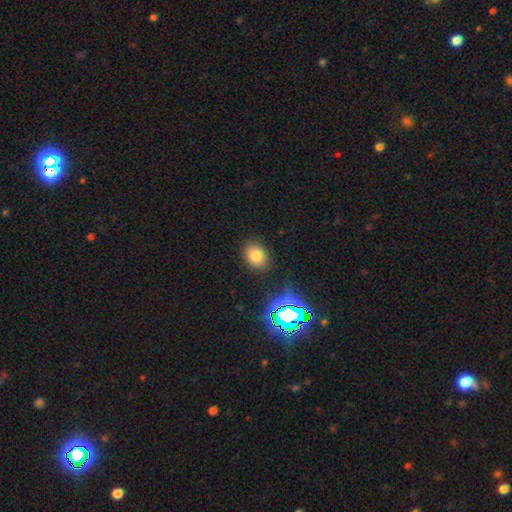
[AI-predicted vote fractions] This appears to be a smooth galaxy with no disk features (76%) that is in between round and cigar-shaped (51%). Merging: none (86%).